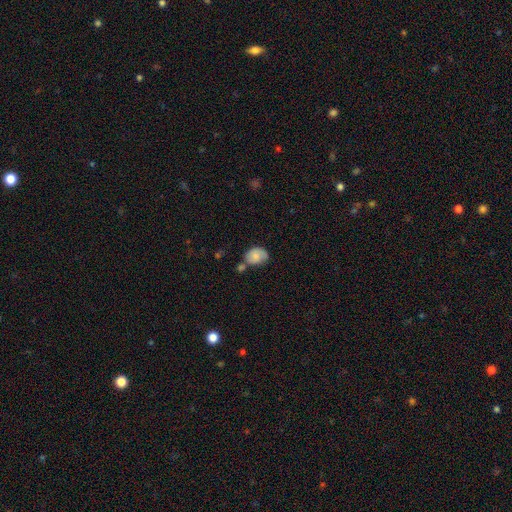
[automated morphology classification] Smooth or featured?
  - smooth: 63% *
  - featured or disk: 29%
  - star or artifact: 8%
How rounded?
  - in between: 65% *
  - round: 34%
  - cigar-shaped: 1%
Merging?
  - none: 48% *
  - minor disturbance: 26%
  - merger: 18%
  - major disturbance: 8%